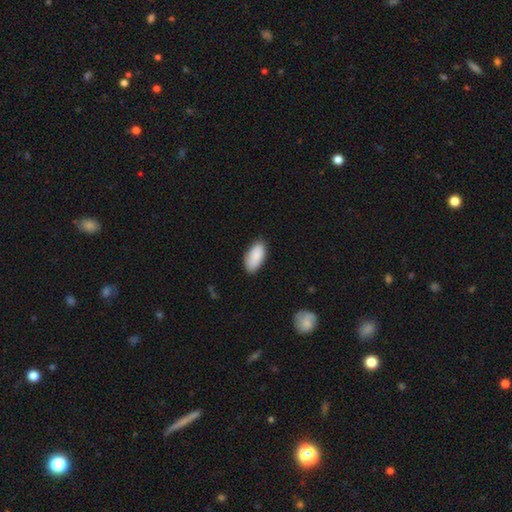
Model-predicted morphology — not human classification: Smooth or featured? smooth (88%)
How rounded? in between (94%)
Merging? none (80%)